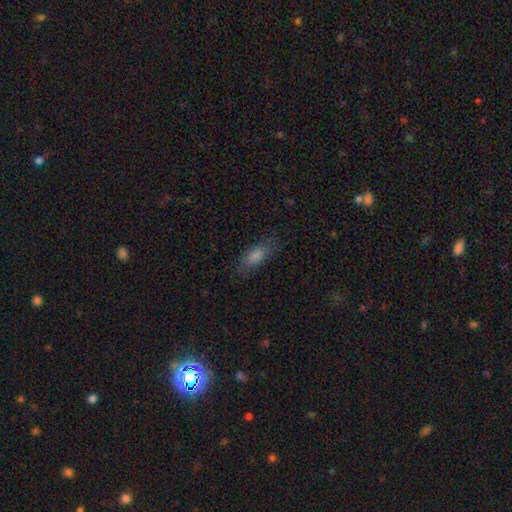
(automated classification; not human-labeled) A smooth galaxy with no disk features (75%) that is in between round and cigar-shaped (67%).

Vote fractions:
- Smooth or featured? smooth: 75% / featured or disk: 15% / star or artifact: 11%
- How rounded? in between: 67% / cigar-shaped: 30% / round: 3%
- Merging? none: 80% / minor disturbance: 14% / major disturbance: 4% / merger: 1%